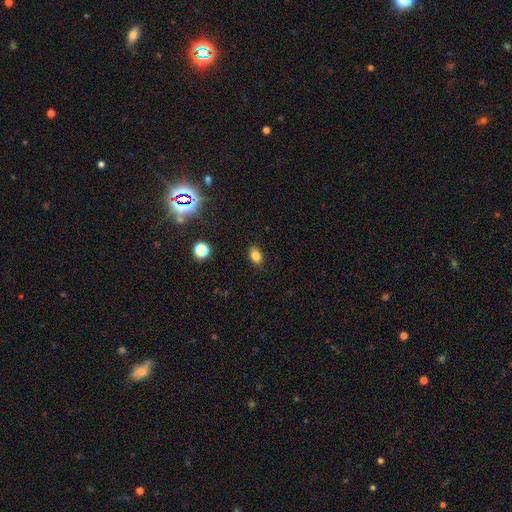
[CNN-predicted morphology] This is clearly a smooth galaxy (81%). How rounded: clearly in between (81%). Merging: clearly none (87%).